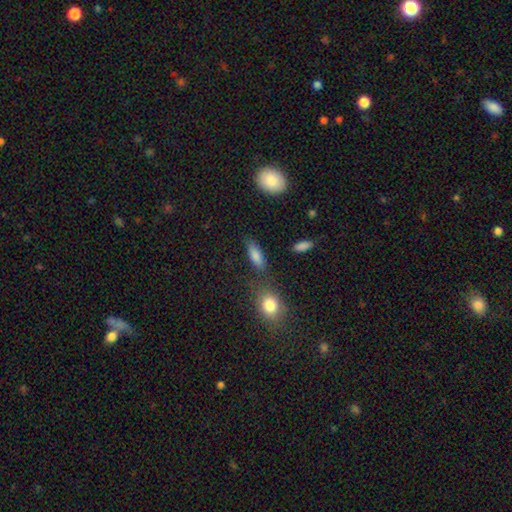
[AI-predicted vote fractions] smooth-or-featured: smooth: 81% | featured or disk: 10% | star or artifact: 9%
  how-rounded: in between: 68% | cigar-shaped: 27% | round: 5%
  merging: none: 71% | minor disturbance: 15% | merger: 9% | major disturbance: 5%